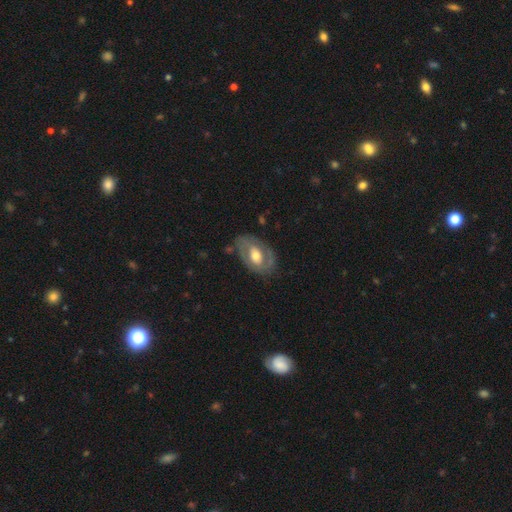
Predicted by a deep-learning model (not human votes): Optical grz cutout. It shows a featured or disk galaxy (61%) with no bar (54%), no spiral arms (54%) and a moderate central bulge (65%). Merging: none (72%).